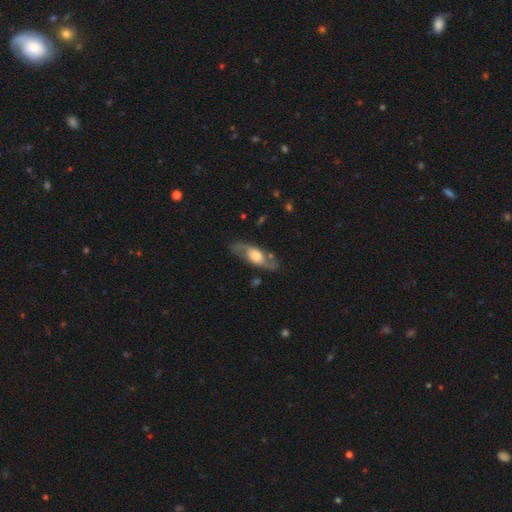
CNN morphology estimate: type=featured or disk (69%); edge-on=no (76%); bar=no (66%); spiral arms=yes (78%); bulge=large (45%); merging=none (78%).